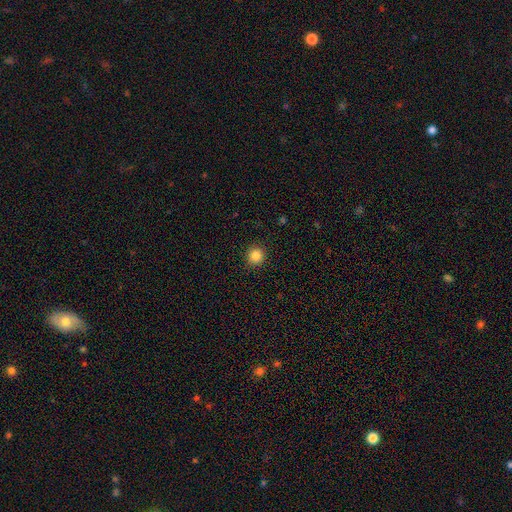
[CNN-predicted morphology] Smooth or featured? Predicted: smooth (p=0.85). How rounded? Predicted: round (p=0.94). Merging? Predicted: none (p=0.92).